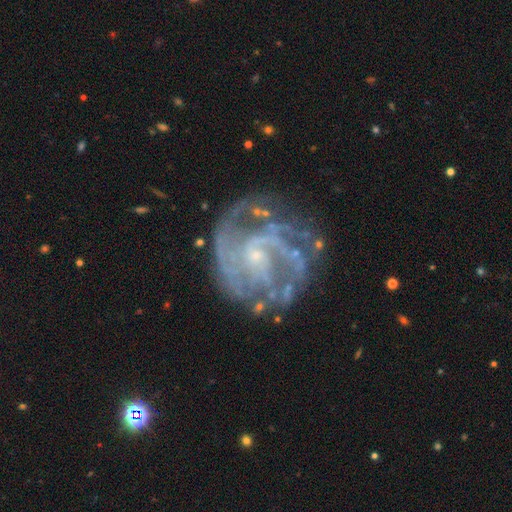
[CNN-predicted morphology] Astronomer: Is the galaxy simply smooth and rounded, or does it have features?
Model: featured or disk — 88%.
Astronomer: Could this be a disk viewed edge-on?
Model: no — 98%.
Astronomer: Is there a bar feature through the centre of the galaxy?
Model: no — 58% (runner-up: weak, 34%).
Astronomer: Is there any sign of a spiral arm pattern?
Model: yes — 95%.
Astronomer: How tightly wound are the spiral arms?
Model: tight — 52% (runner-up: medium, 39%).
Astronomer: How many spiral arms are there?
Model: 2 — 26%, tied with 3 at 26%.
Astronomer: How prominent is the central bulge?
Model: small — 75%.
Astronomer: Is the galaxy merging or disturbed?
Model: none — 67%.